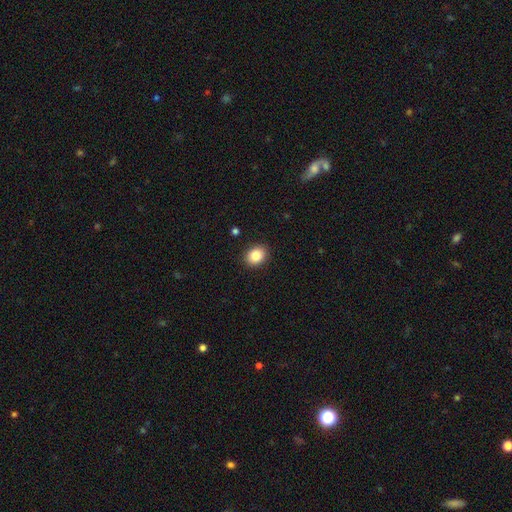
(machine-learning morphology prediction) A smooth galaxy with no disk features (85%) that is round (53%).

Vote fractions:
- Smooth or featured? smooth: 85% / star or artifact: 9% / featured or disk: 6%
- How rounded? round: 53% / in between: 46% / cigar-shaped: 1%
- Merging? none: 90% / minor disturbance: 7% / major disturbance: 2% / merger: 1%